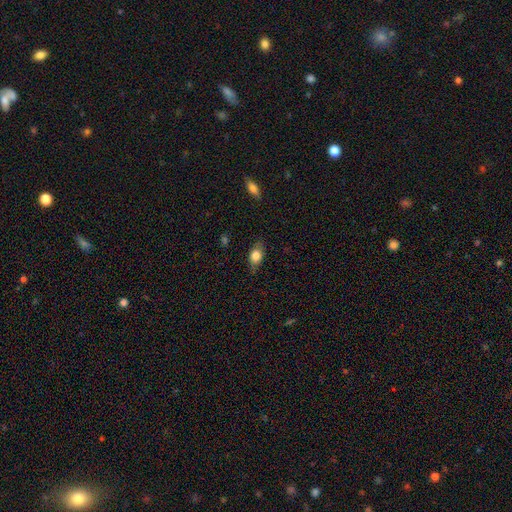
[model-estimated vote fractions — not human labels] This is likely a smooth galaxy (79%). How rounded: likely in between (77%). Merging: likely none (75%).